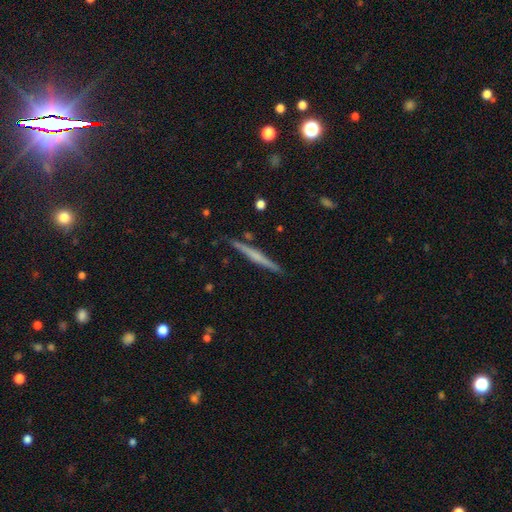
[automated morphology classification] The model was most divided on "edge-on bulge": none: 49%, rounded: 39%, boxy: 13%. More confident: edge-on disk — yes (98%); merging — none (89%); smooth or featured — featured or disk (63%).